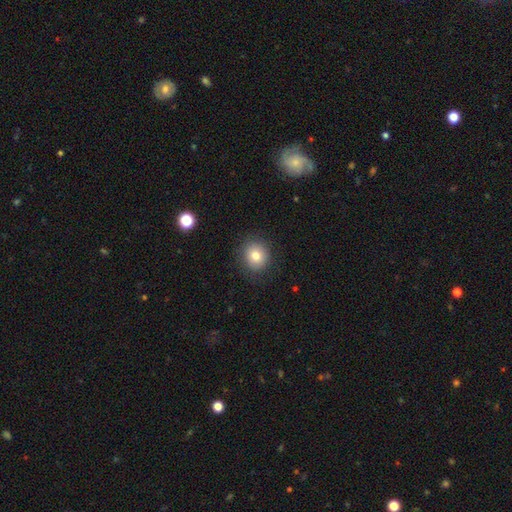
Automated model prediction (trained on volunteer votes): smooth 78%, star or artifact 11%, featured or disk 11%. Down the decision tree: how rounded — round (84%); merging — none (87%).